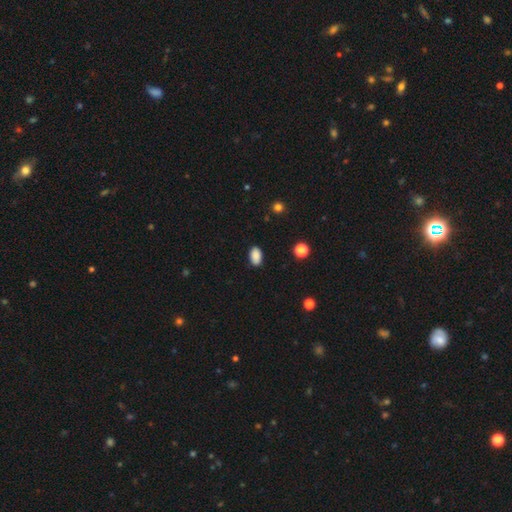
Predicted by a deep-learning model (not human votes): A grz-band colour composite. It shows a smooth galaxy with no disk features (88%) that is in between round and cigar-shaped (91%). Merging: none (87%).